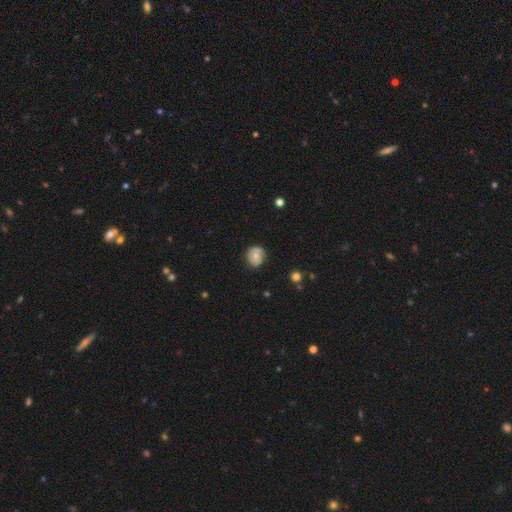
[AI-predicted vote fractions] Smooth or featured: smooth — 57% (featured or disk — 34%)
How rounded: round — 76% (in between — 23%)
Merging: none — 66% (minor disturbance — 24%)